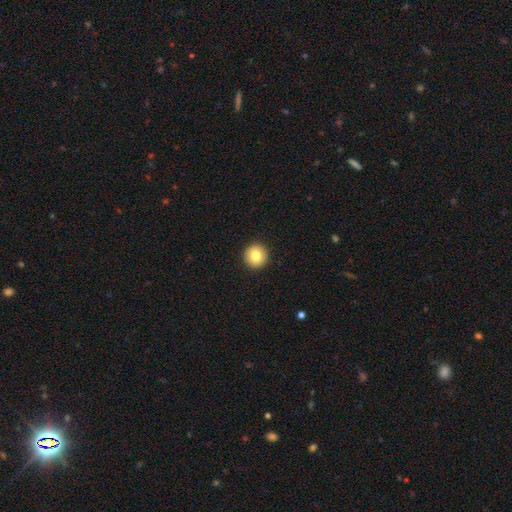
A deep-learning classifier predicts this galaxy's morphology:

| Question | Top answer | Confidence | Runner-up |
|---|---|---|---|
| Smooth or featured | smooth | 82% | featured or disk (9%) |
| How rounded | round | 95% | in between (4%) |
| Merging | none | 93% | minor disturbance (4%) |